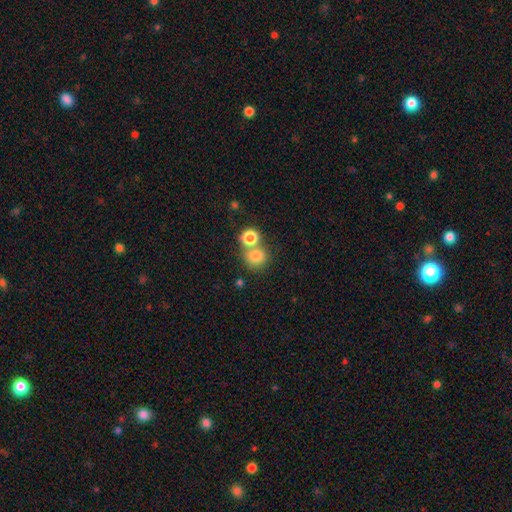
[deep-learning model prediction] smooth_or_featured: smooth (p=0.78) [alt: star or artifact p=0.14]
how_rounded: round (p=0.80) [alt: in between p=0.19]
merging: none (p=0.54) [alt: merger p=0.33]